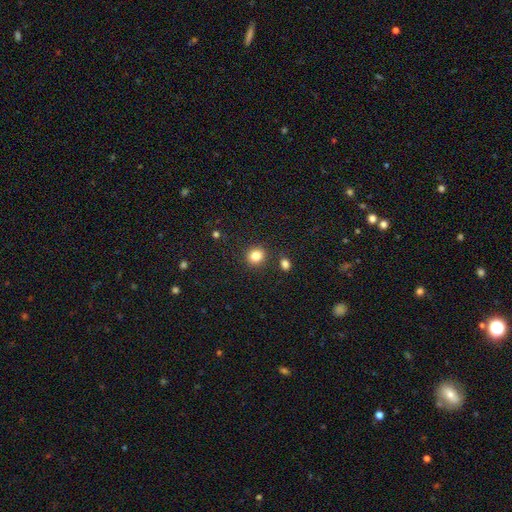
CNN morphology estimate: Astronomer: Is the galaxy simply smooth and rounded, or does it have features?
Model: smooth — 84%.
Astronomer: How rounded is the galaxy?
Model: round — 78%.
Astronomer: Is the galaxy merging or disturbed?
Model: none — 85%.